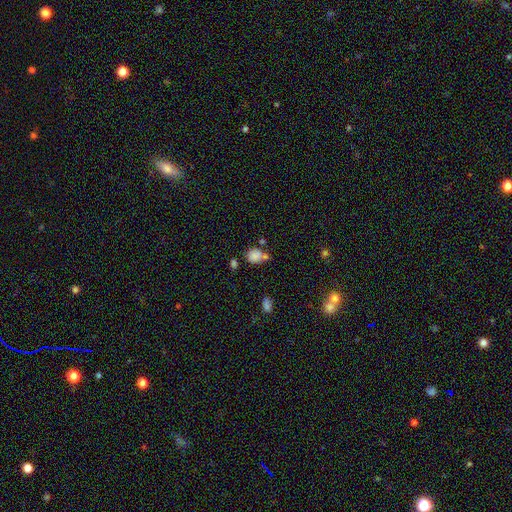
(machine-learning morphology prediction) The model was most divided on "merging": none: 47%, merger: 27%, minor disturbance: 18%, major disturbance: 7%. More confident: smooth or featured — smooth (81%); how rounded — round (65%).